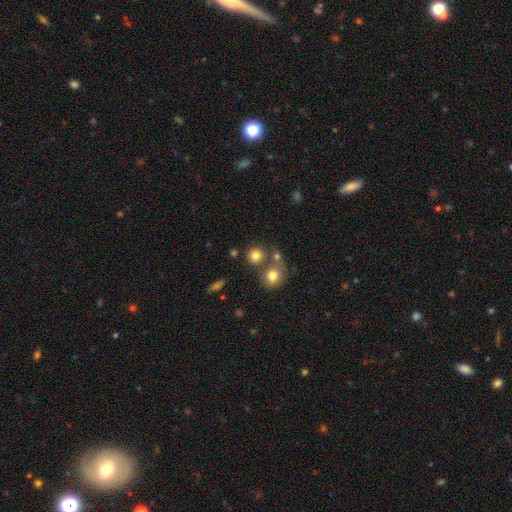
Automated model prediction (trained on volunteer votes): The model was most divided on "merging": none: 67%, merger: 20%, minor disturbance: 9%, major disturbance: 3%. More confident: how rounded — round (88%); smooth or featured — smooth (80%).